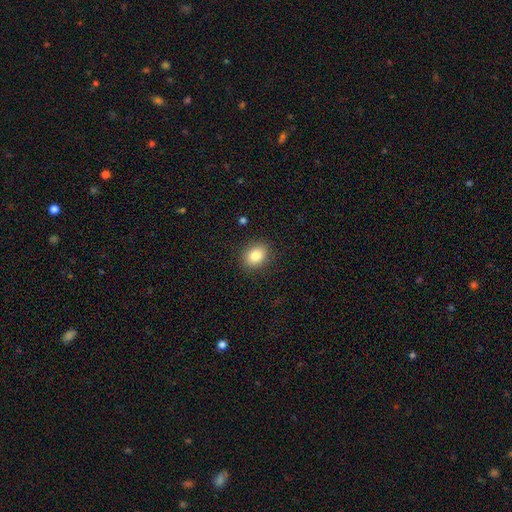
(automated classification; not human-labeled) A smooth galaxy with no disk features (83%) that is in between round and cigar-shaped (52%). Merging: none (88%).